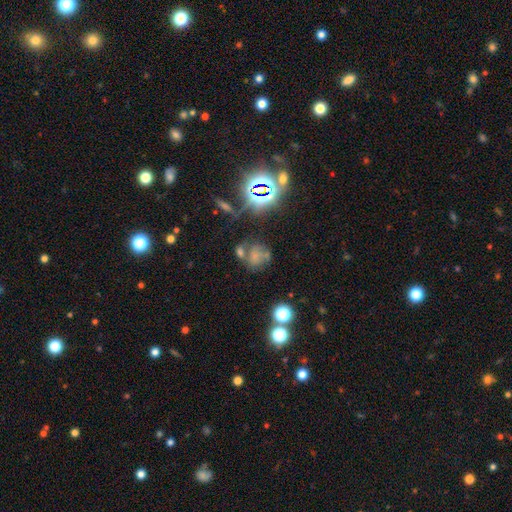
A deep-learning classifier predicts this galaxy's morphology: This appears to be a smooth galaxy with no disk features (45%). Merging: none (37%).